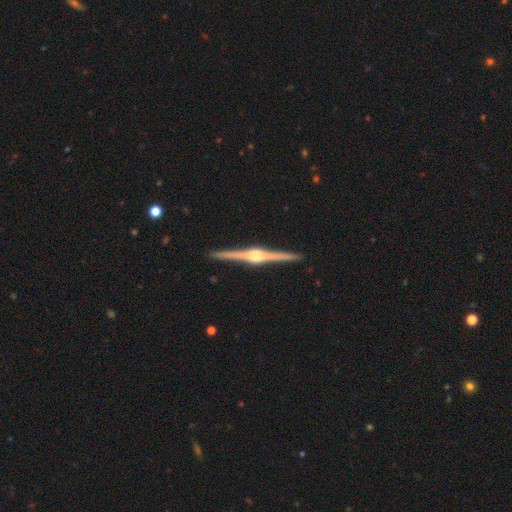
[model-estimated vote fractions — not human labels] This appears to be a featured or disk galaxy (90%) viewed edge-on (99%) with a rounded central bulge (86%). Merging: none (93%).